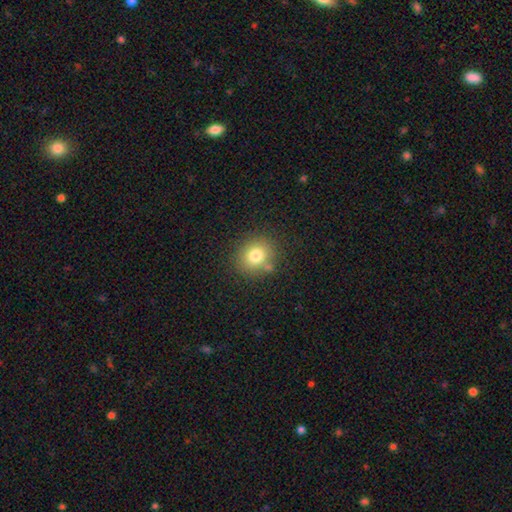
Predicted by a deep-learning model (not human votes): Smooth or featured? smooth (78%)
How rounded? round (78%)
Merging? none (78%)